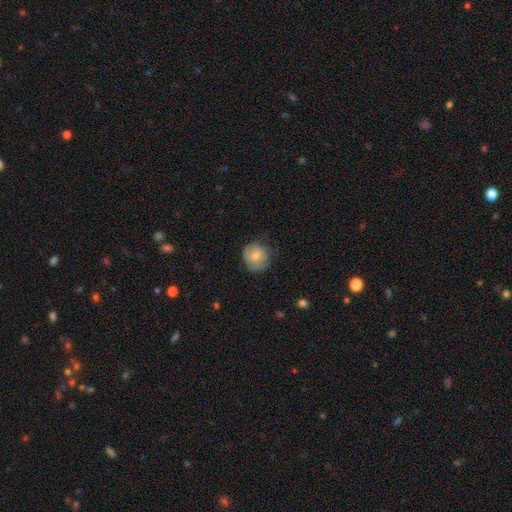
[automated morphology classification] A smooth galaxy with no disk features (74%) that is round (85%). Merging: none (68%).